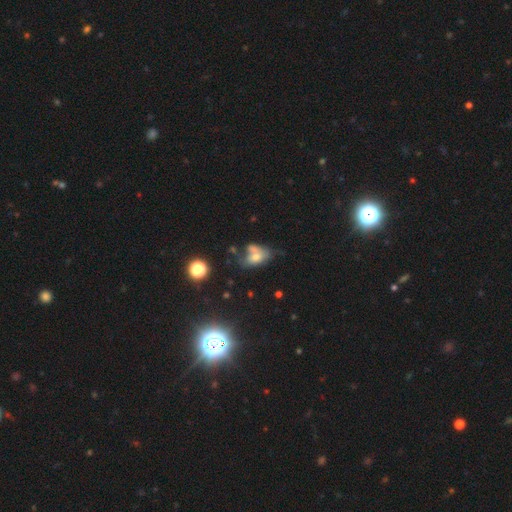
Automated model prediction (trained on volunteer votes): Smooth or featured? Predicted: smooth (p=0.62). How rounded? Predicted: in between (p=0.84). Merging? Predicted: merger (p=0.35).